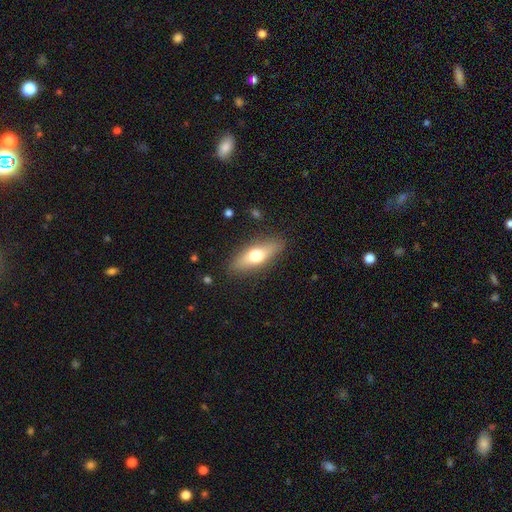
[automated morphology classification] This appears to be a smooth galaxy with no disk features (59%) that is in between round and cigar-shaped (57%). Merging: none (86%).